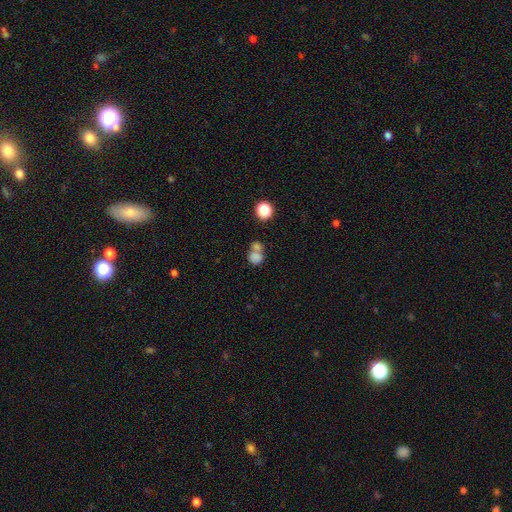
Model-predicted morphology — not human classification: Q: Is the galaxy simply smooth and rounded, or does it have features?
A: smooth — 76%.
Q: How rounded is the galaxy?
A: round — 69%.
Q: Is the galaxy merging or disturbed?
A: merger — 57%.